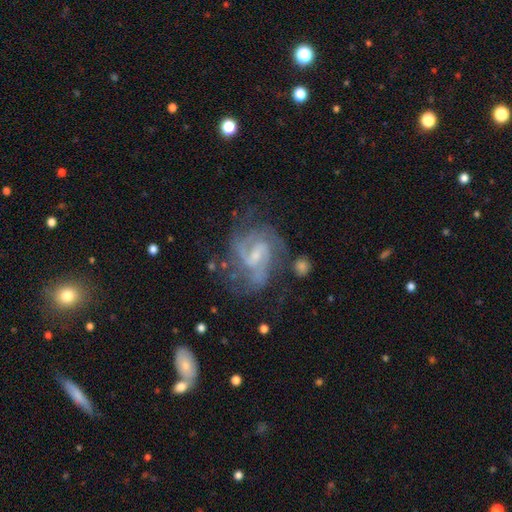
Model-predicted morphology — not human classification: featured or disk 88%, smooth 6%, star or artifact 6%. Down the decision tree: edge-on disk — no (98%); bar — weak (59%); spiral arms — yes (96%); spiral arm count — 2 (60%); spiral winding — medium (52%); bulge size — small (59%); merging — none (59%).